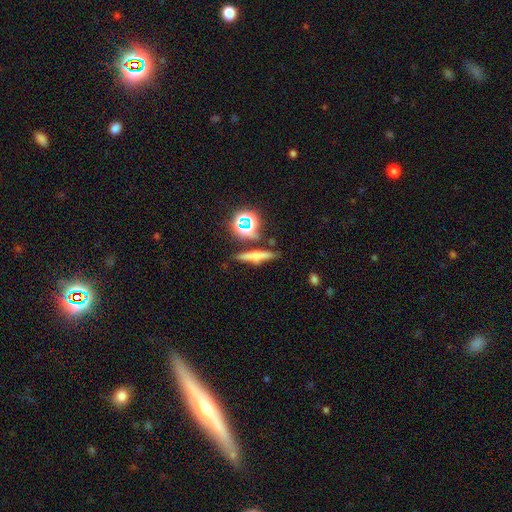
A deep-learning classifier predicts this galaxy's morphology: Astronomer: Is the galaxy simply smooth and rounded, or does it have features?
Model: smooth — 47% (runner-up: featured or disk, 34%).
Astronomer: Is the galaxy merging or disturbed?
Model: none — 74%.